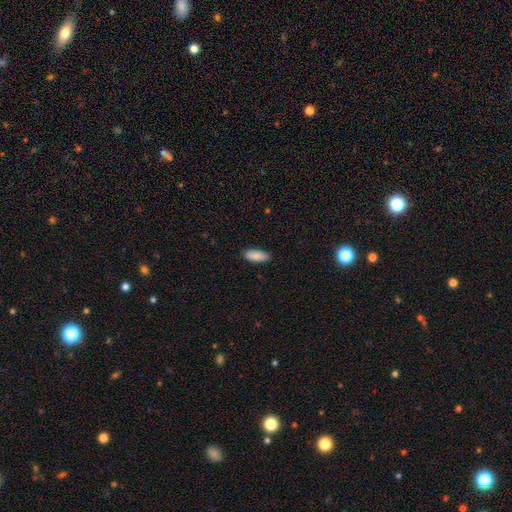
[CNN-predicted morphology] Smooth or featured?
  - smooth: 87% *
  - featured or disk: 6%
  - star or artifact: 6%
How rounded?
  - in between: 87% *
  - cigar-shaped: 11%
  - round: 2%
Merging?
  - none: 87% *
  - minor disturbance: 10%
  - major disturbance: 2%
  - merger: 1%